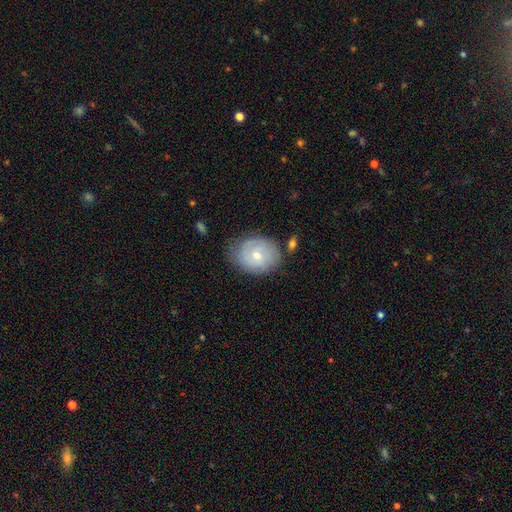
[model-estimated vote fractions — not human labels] A smooth galaxy with no disk features (48%).

Vote fractions:
- Smooth or featured? smooth: 48% / featured or disk: 44% / star or artifact: 8%
- Merging? none: 70% / minor disturbance: 21% / major disturbance: 6% / merger: 3%